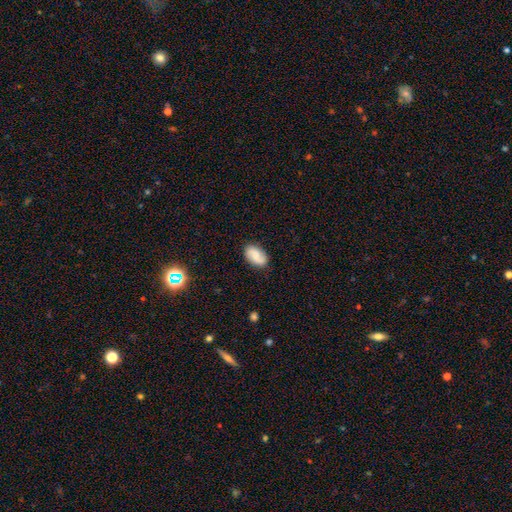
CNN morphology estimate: Smooth or featured? Predicted: smooth (p=0.62). How rounded? Predicted: in between (p=0.92). Merging? Predicted: none (p=0.83).